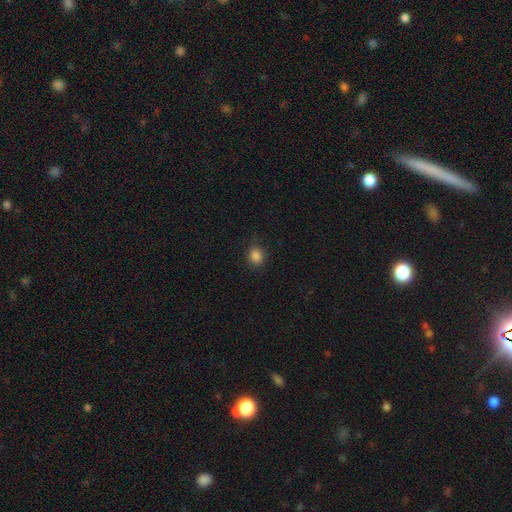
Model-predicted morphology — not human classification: Overall: smooth (84%). How rounded: round (63%; in between 36%). Merging: none (83%).